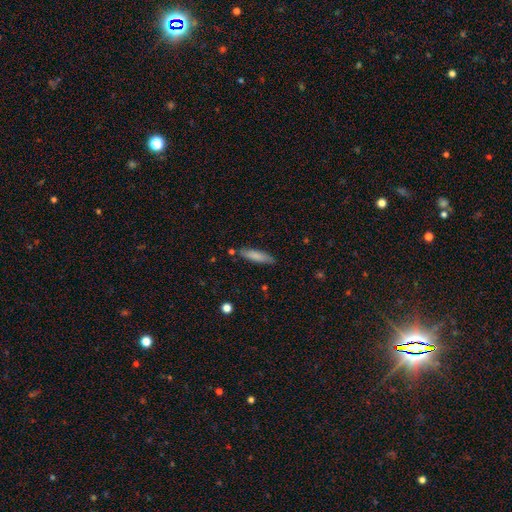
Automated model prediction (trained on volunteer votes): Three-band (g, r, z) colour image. It shows a smooth galaxy with no disk features (81%) that is cigar-shaped (71%). Merging: none (82%).